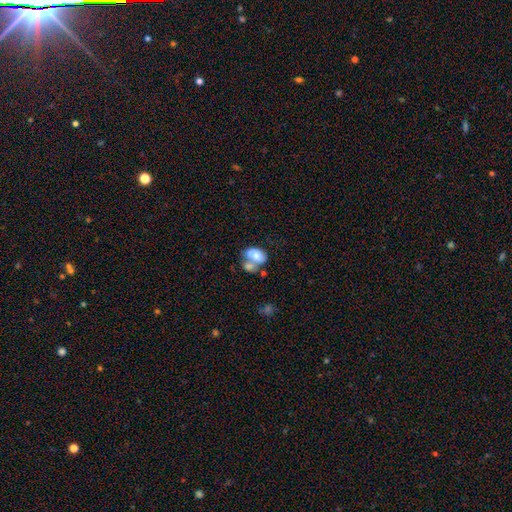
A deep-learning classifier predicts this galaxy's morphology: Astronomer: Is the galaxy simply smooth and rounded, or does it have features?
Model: smooth — 65%.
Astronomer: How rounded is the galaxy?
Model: in between — 83%.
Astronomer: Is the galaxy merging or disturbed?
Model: merger — 59%.